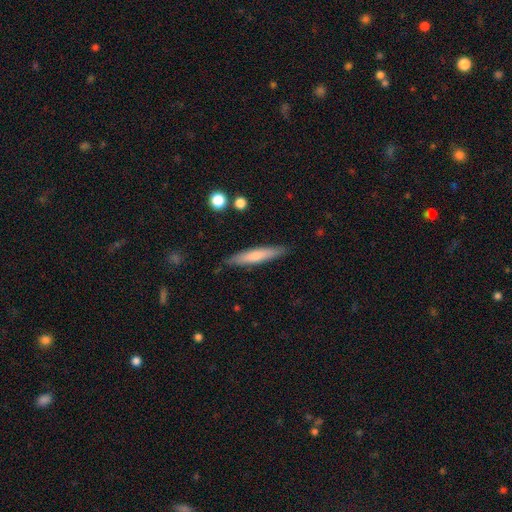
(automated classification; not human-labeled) Smooth or featured: smooth — 66% (featured or disk — 28%)
How rounded: cigar-shaped — 88% (in between — 10%)
Merging: none — 86% (minor disturbance — 11%)